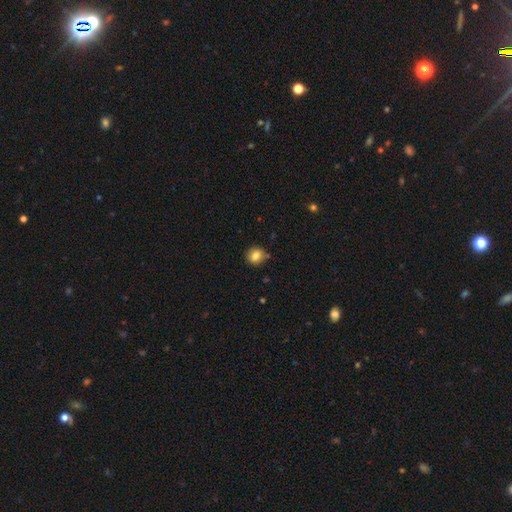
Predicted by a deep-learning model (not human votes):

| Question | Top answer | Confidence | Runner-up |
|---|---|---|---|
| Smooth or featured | smooth | 81% | star or artifact (10%) |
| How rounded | round | 83% | in between (16%) |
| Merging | none | 79% | minor disturbance (14%) |